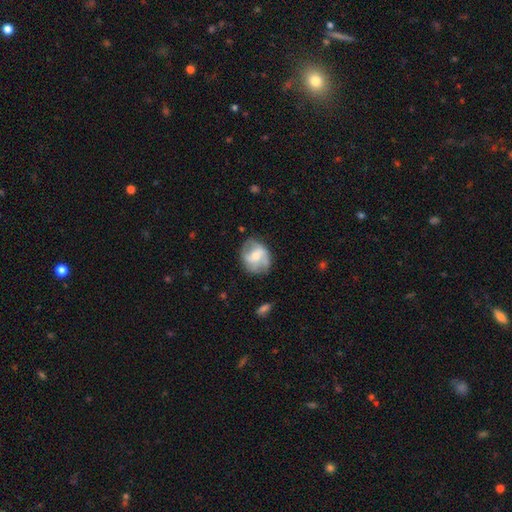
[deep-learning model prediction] Smooth or featured? featured or disk (60%)
Edge-on disk? no (96%)
Bar? weak (45%)
Spiral arms? yes (74%)
Bulge size? moderate (53%)
Merging? none (68%)